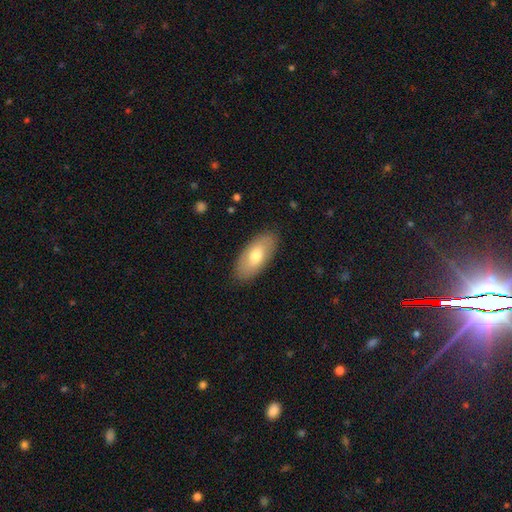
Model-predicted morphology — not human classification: A smooth galaxy with no disk features (71%) that is in between round and cigar-shaped (90%).

Vote fractions:
- Smooth or featured? smooth: 71% / featured or disk: 24% / star or artifact: 6%
- How rounded? in between: 90% / cigar-shaped: 8% / round: 2%
- Merging? none: 87% / minor disturbance: 10% / major disturbance: 2% / merger: 1%